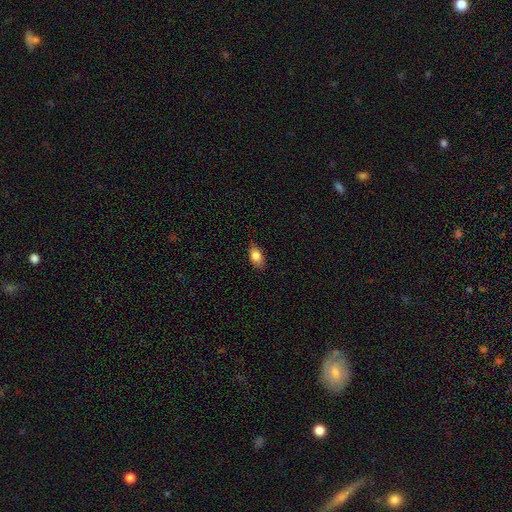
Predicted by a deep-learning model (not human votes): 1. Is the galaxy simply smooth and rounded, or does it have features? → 82% smooth, 10% featured or disk, 8% star or artifact.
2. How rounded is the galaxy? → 86% in between, 9% round, 5% cigar-shaped.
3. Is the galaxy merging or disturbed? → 77% none, 19% minor disturbance, 3% major disturbance, 1% merger.